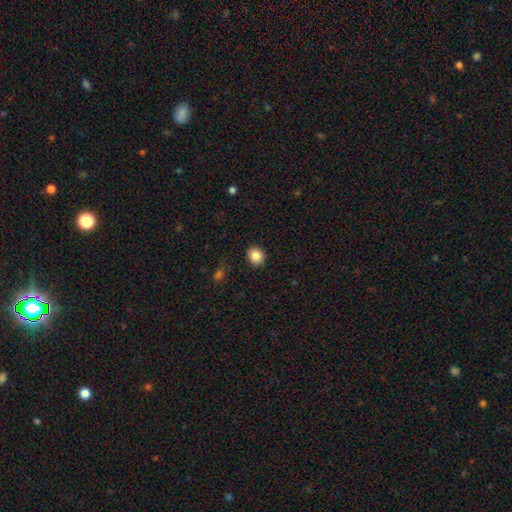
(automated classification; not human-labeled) This is clearly a smooth galaxy (86%). How rounded: likely round (77%). Merging: clearly none (90%).